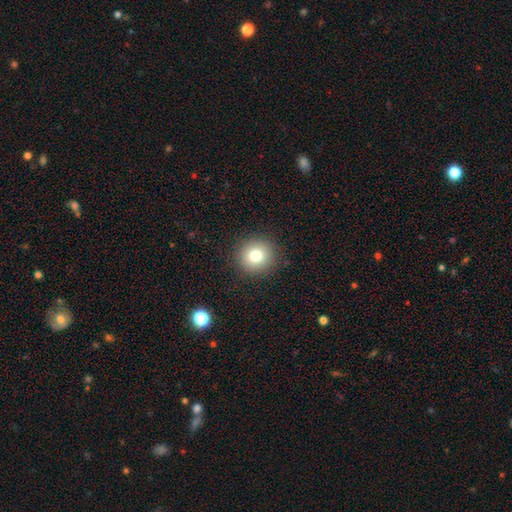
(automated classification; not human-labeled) smooth-or-featured: smooth: 78% | star or artifact: 12% | featured or disk: 10%
  how-rounded: round: 93% | in between: 6% | cigar-shaped: 1%
  merging: none: 91% | minor disturbance: 6% | major disturbance: 2% | merger: 1%